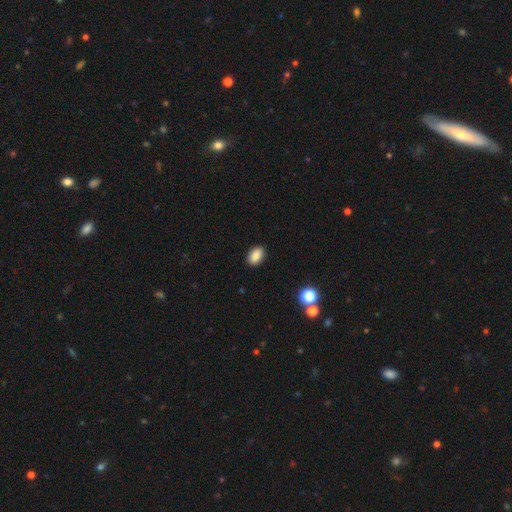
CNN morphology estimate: A smooth galaxy with no disk features (87%) that is in between round and cigar-shaped (87%).

Vote fractions:
- Smooth or featured? smooth: 87% / star or artifact: 9% / featured or disk: 5%
- How rounded? in between: 87% / round: 11% / cigar-shaped: 2%
- Merging? none: 89% / minor disturbance: 8% / major disturbance: 2% / merger: 1%